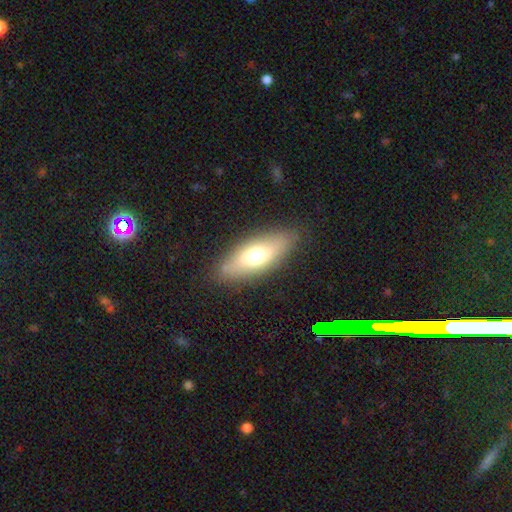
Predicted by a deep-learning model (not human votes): Smooth or featured? smooth (62%)
How rounded? in between (69%)
Merging? none (83%)